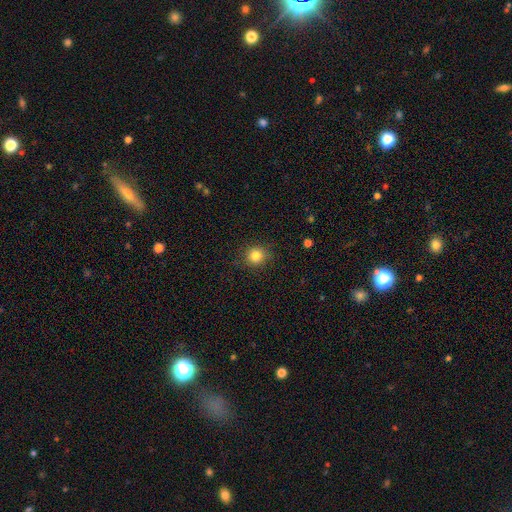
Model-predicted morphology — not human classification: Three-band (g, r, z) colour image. It shows a smooth galaxy with no disk features (83%) that is round (89%). Merging: none (88%).